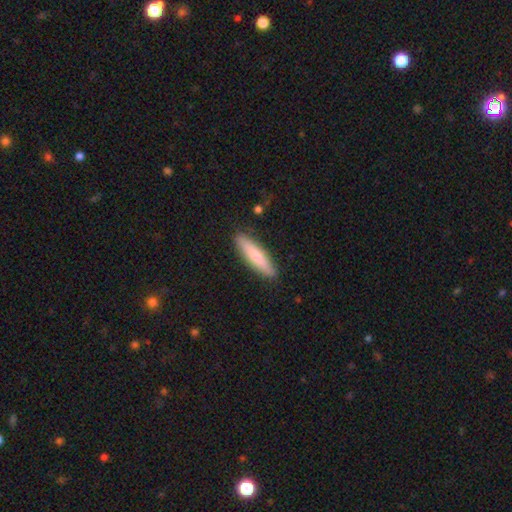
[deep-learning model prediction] The model was most divided on "smooth or featured": smooth: 74%, featured or disk: 21%, star or artifact: 5%. More confident: merging — none (89%); how rounded — cigar-shaped (79%).